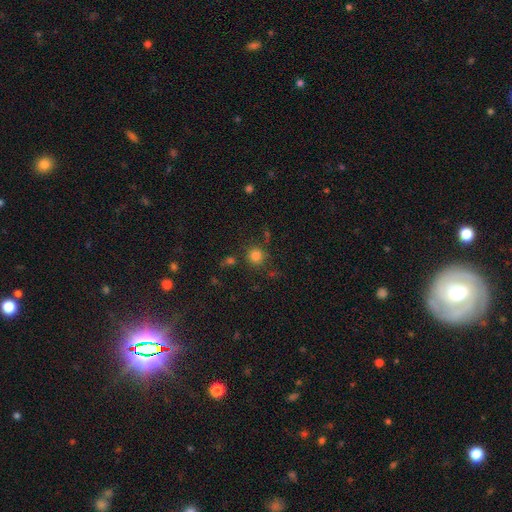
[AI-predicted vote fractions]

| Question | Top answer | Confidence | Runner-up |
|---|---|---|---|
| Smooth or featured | smooth | 80% | star or artifact (15%) |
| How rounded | round | 91% | in between (8%) |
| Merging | none | 76% | minor disturbance (12%) |